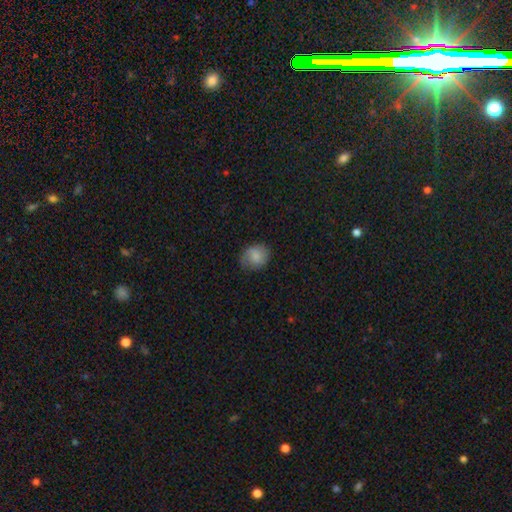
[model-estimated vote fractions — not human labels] Smooth or featured?
  - smooth: 77% *
  - featured or disk: 15%
  - star or artifact: 8%
How rounded?
  - round: 63% *
  - in between: 36%
  - cigar-shaped: 1%
Merging?
  - none: 71% *
  - minor disturbance: 22%
  - major disturbance: 6%
  - merger: 1%